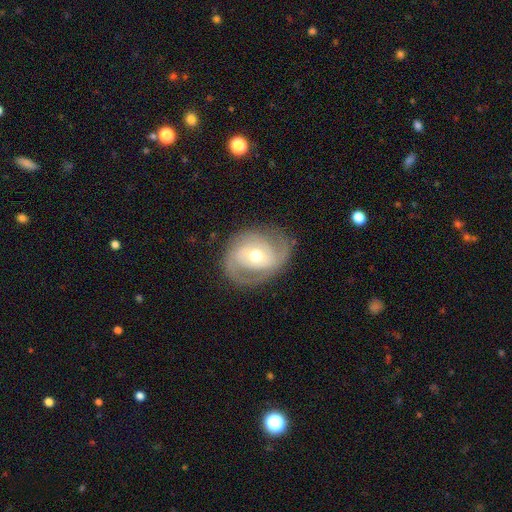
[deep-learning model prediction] This is likely a featured or disk galaxy (79%). It is clearly not viewed edge-on (96%). Bar: possibly no (46%). Spiral arm pattern: clearly yes (87%). Spiral arm count: likely 2 (76%). Spiral winding: marginally tight (42%, tied with medium). Central bulge: likely moderate (65%). Merging: likely none (76%).